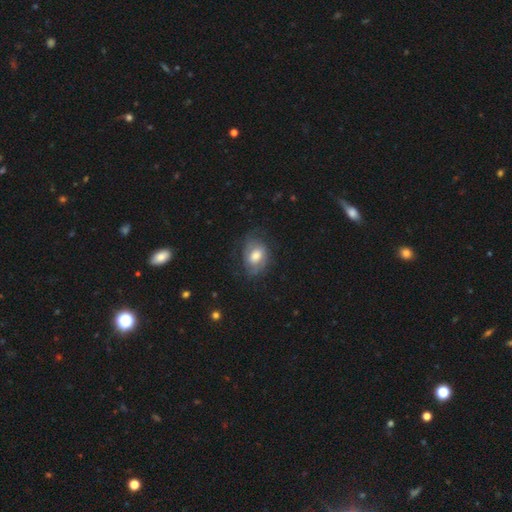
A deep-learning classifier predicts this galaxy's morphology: Q: Smooth or featured?
A: featured or disk (46%); tied with: smooth (46%)
Q: Merging?
A: none (61%); runner-up: minor disturbance (24%)